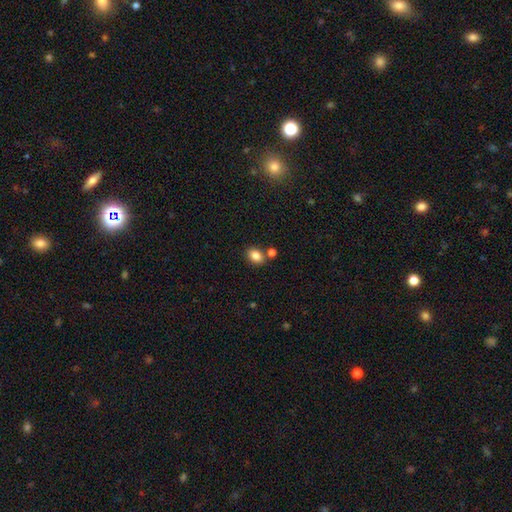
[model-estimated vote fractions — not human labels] Smooth or featured: smooth — 84% (star or artifact — 10%)
How rounded: in between — 69% (round — 30%)
Merging: none — 70% (merger — 16%)